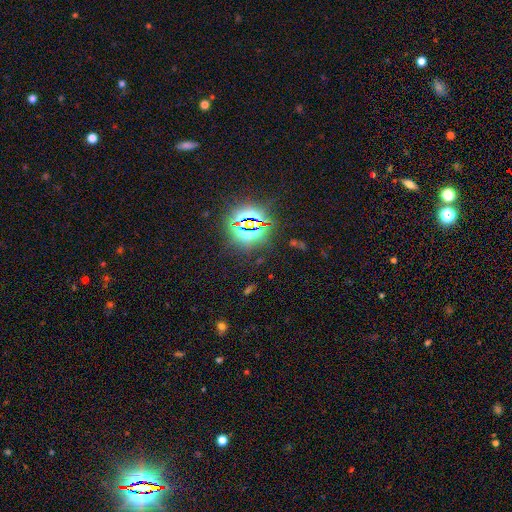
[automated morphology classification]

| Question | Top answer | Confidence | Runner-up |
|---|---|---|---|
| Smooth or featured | star or artifact | 81% | smooth (12%) |